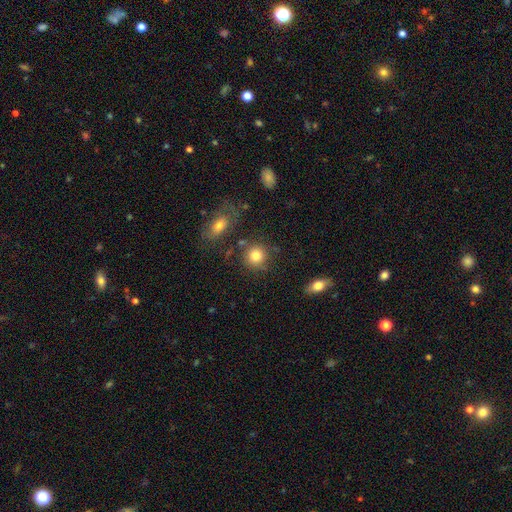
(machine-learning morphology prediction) Q: Smooth or featured?
A: smooth (83%); runner-up: star or artifact (10%)
Q: How rounded?
A: round (87%); runner-up: in between (12%)
Q: Merging?
A: none (75%); runner-up: minor disturbance (13%)